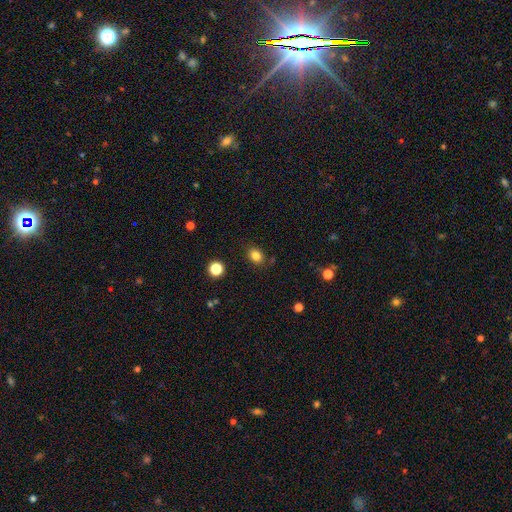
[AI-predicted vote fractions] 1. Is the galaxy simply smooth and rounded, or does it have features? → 82% smooth, 12% star or artifact, 6% featured or disk.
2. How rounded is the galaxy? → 54% in between, 45% round, 1% cigar-shaped.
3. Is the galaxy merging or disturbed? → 84% none, 11% minor disturbance, 3% major disturbance, 2% merger.